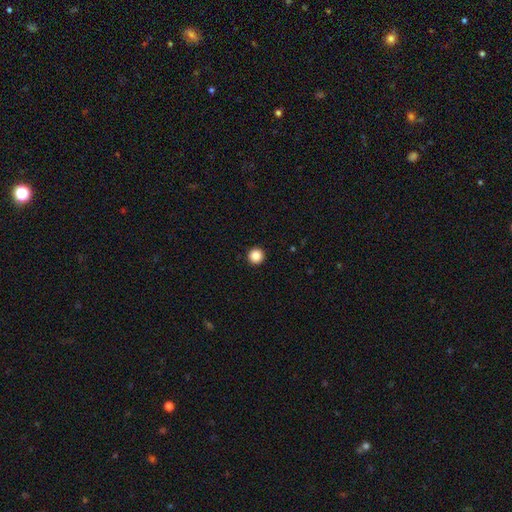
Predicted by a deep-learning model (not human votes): smooth 86%, star or artifact 10%, featured or disk 3%. Down the decision tree: how rounded — round (97%); merging — none (94%).